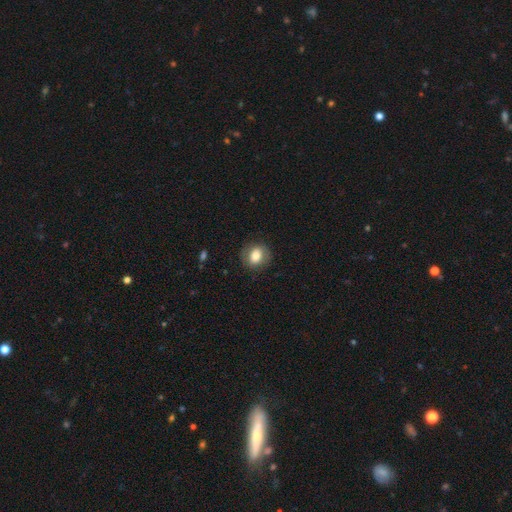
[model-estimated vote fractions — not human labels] smooth 77%, featured or disk 15%, star or artifact 8%. Down the decision tree: how rounded — round (61%); merging — none (84%).